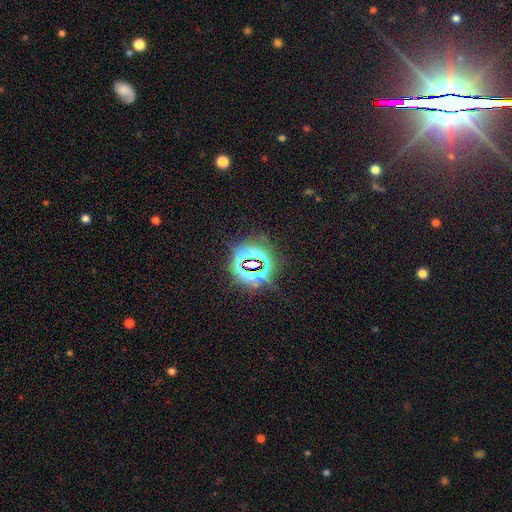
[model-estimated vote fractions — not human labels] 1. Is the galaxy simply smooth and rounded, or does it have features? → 80% star or artifact, 12% smooth, 8% featured or disk.